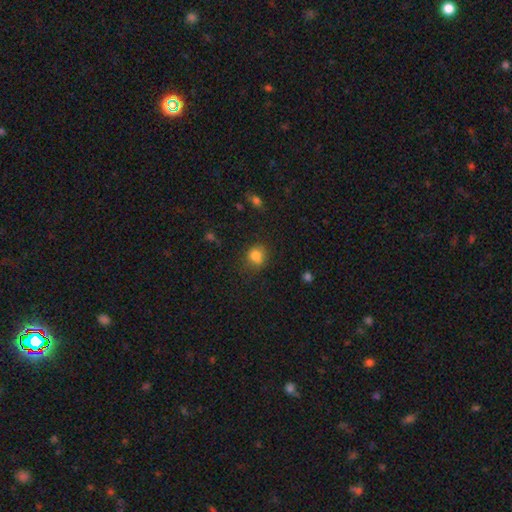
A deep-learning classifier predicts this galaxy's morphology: Overall: smooth (81%). How rounded: round (71%). Merging: none (69%).